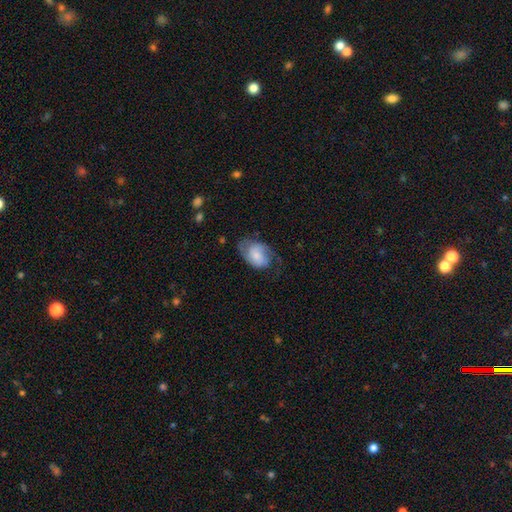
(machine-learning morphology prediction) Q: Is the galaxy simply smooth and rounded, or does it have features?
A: featured or disk — 47%.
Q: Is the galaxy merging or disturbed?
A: none — 49%.